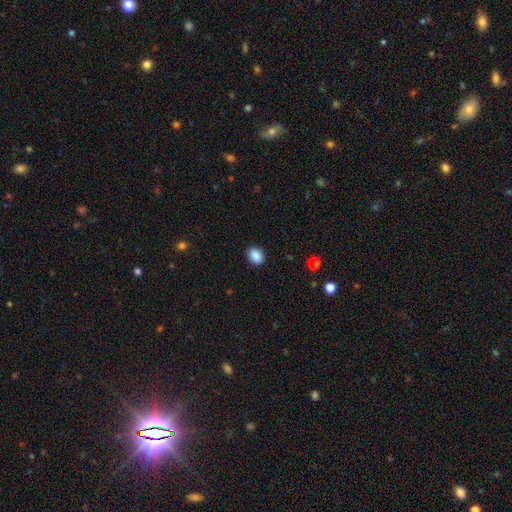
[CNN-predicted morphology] Smooth or featured? Predicted: smooth (p=0.89). How rounded? Predicted: in between (p=0.56). Merging? Predicted: none (p=0.89).